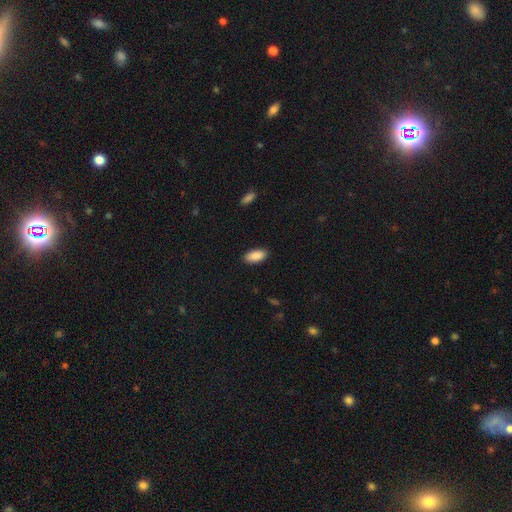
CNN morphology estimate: Overall: smooth (90%). How rounded: in between (92%). Merging: none (88%).